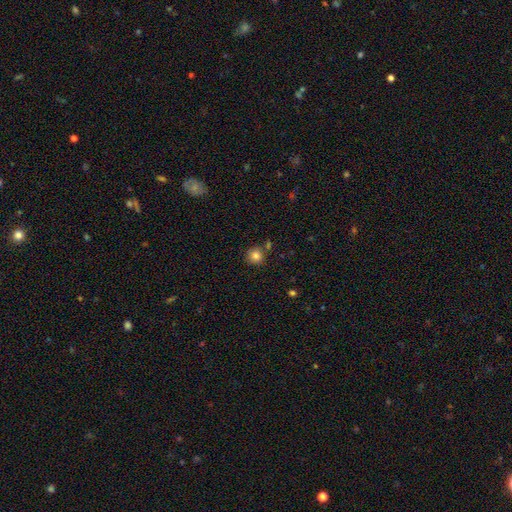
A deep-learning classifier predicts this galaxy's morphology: smooth 82%, star or artifact 12%, featured or disk 7%. Down the decision tree: how rounded — round (93%); merging — none (79%).